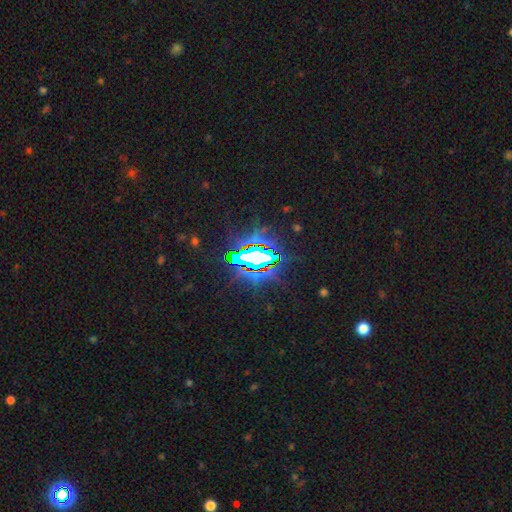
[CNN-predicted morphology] The model was most divided on "smooth or featured": star or artifact: 77%, featured or disk: 13%, smooth: 10%.